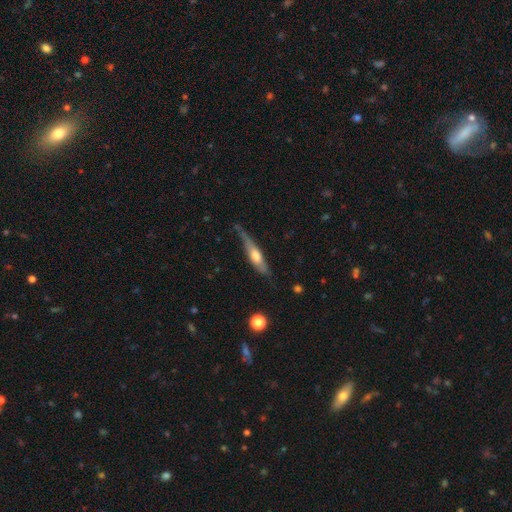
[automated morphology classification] Q: Smooth or featured?
A: featured or disk (51%); runner-up: smooth (43%)
Q: Edge-on disk?
A: yes (82%); runner-up: no (18%)
Q: Merging?
A: none (49%); runner-up: minor disturbance (33%)